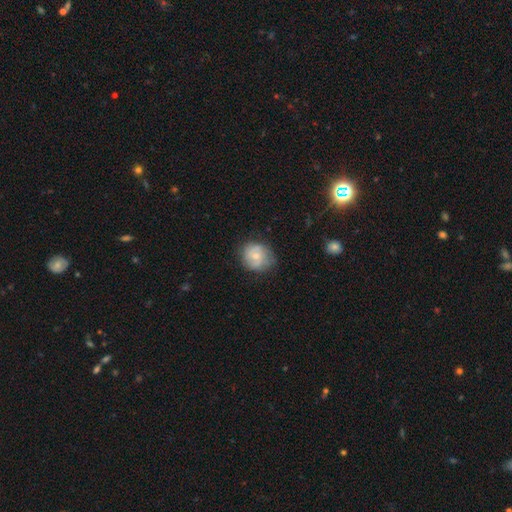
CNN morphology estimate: Smooth or featured?
  - smooth: 53% *
  - featured or disk: 40%
  - star or artifact: 7%
How rounded?
  - round: 81% *
  - in between: 18%
  - cigar-shaped: 1%
Merging?
  - none: 69% *
  - minor disturbance: 22%
  - major disturbance: 7%
  - merger: 1%